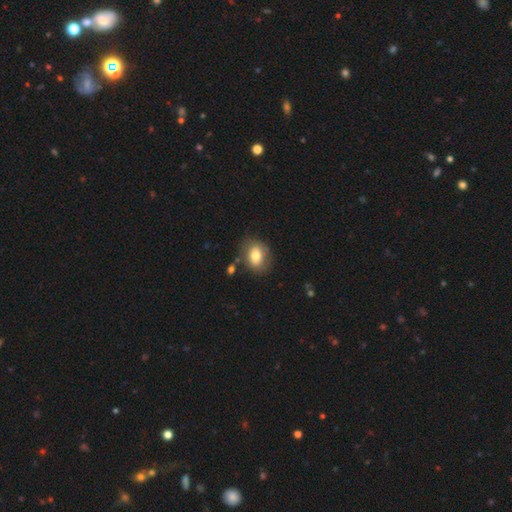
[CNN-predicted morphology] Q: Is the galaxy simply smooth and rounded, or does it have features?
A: smooth — 74%.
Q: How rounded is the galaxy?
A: in between — 65%.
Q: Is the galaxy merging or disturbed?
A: none — 76%.